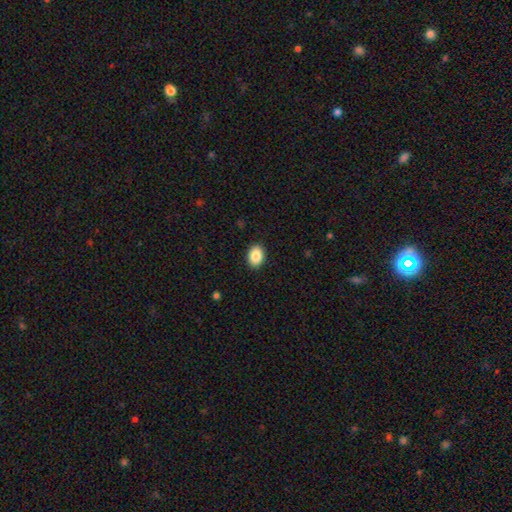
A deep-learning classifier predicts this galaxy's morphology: This appears to be a smooth galaxy with no disk features (87%) that is in between round and cigar-shaped (75%). Merging: none (91%).